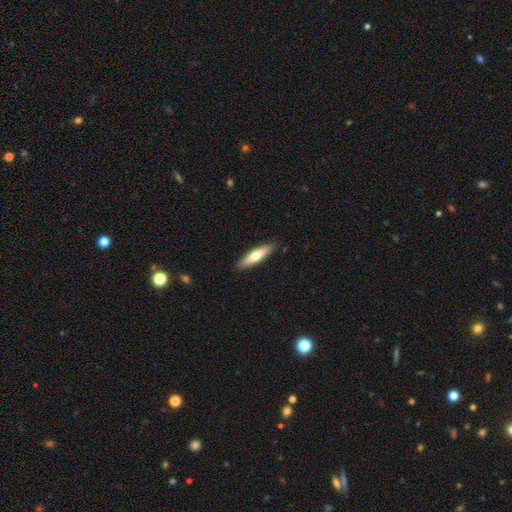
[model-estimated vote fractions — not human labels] smooth 63%, featured or disk 32%, star or artifact 5%. Down the decision tree: how rounded — cigar-shaped (70%); merging — none (89%).